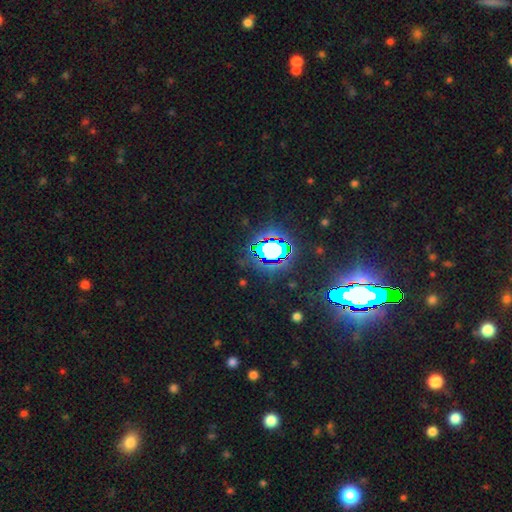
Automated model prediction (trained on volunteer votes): Morphology: type=star or artifact (84%).